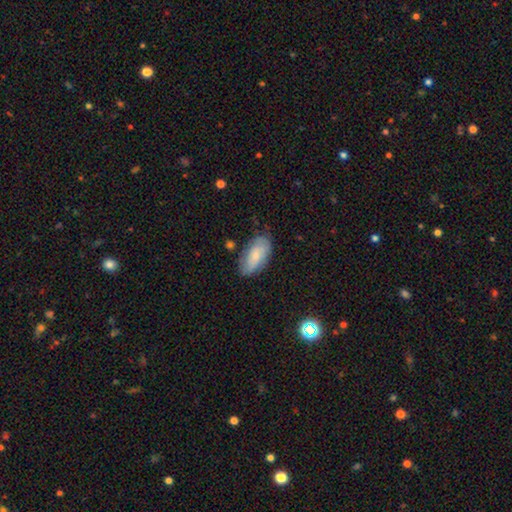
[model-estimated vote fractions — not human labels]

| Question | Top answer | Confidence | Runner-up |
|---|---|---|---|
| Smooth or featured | smooth | 68% | featured or disk (26%) |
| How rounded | in between | 91% | cigar-shaped (6%) |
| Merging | none | 72% | minor disturbance (21%) |